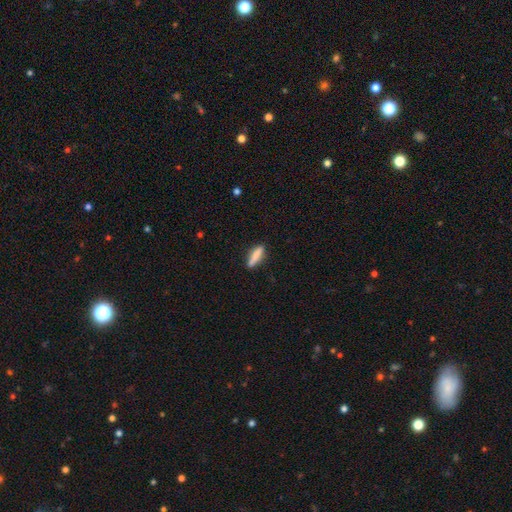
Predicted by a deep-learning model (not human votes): smooth 80%, featured or disk 13%, star or artifact 7%. Down the decision tree: how rounded — cigar-shaped (76%); merging — none (84%).